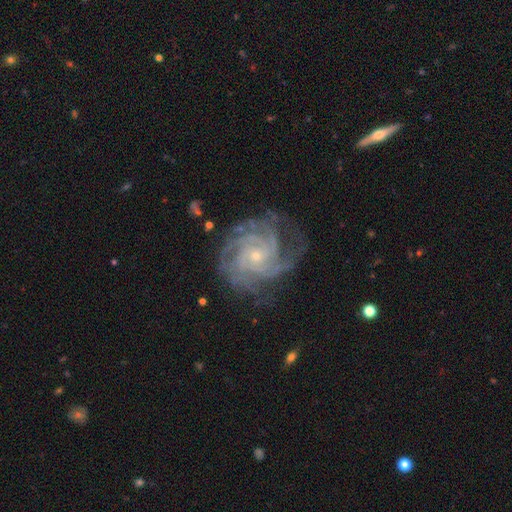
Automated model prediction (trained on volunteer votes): This is clearly a featured or disk galaxy (90%). It is clearly not viewed edge-on (98%). Bar: likely no (73%). Spiral arm pattern: clearly yes (98%). Spiral arm count: marginally 4 (35%). Spiral winding: likely tight (70%). Central bulge: likely small (80%). Merging: likely none (74%).